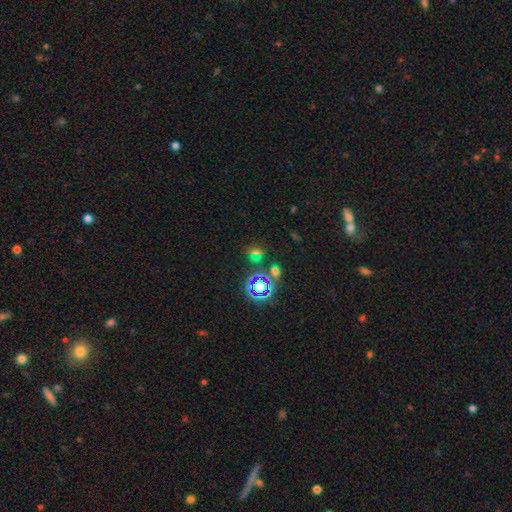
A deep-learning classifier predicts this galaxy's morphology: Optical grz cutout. It shows a star or artifact, not a galaxy (55%).